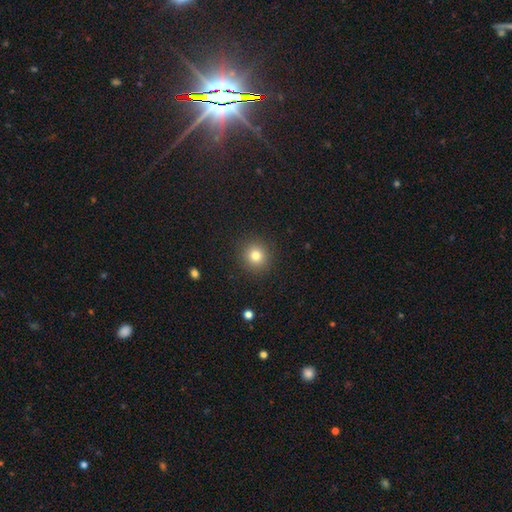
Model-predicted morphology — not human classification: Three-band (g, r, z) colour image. It shows a smooth galaxy with no disk features (80%) that is round (90%). Merging: none (90%).